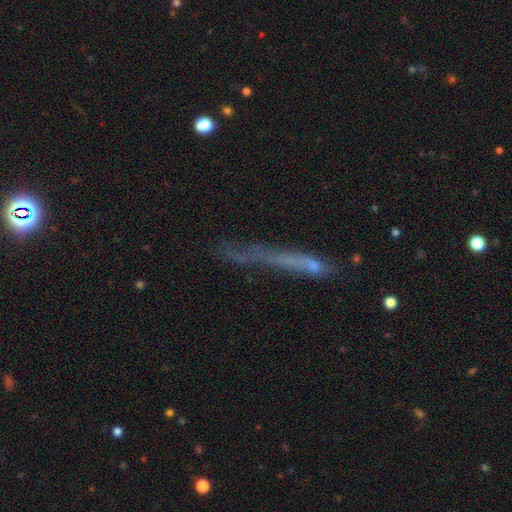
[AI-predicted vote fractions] The model was most divided on "smooth or featured": smooth: 41%, featured or disk: 37%, star or artifact: 22%. More confident: merging — none (57%).